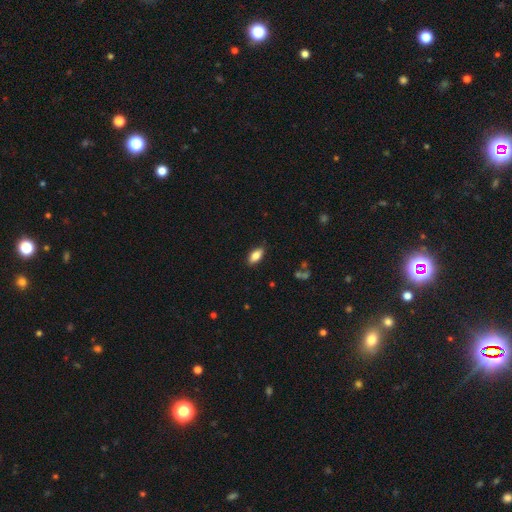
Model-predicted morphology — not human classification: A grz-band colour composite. It shows a smooth galaxy with no disk features (84%) that is in between round and cigar-shaped (89%). Merging: none (87%).